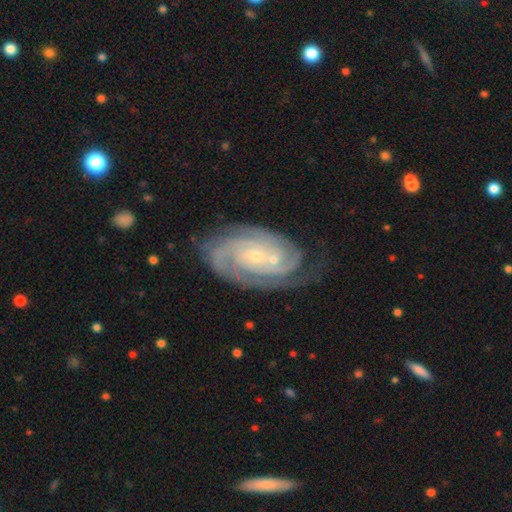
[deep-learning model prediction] Smooth or featured? featured or disk (91%)
Edge-on disk? no (97%)
Bar? no (66%)
Spiral arms? yes (98%)
Spiral winding? tight (74%)
Spiral arm count? 2 (36%)
Bulge size? small (79%)
Merging? none (67%)